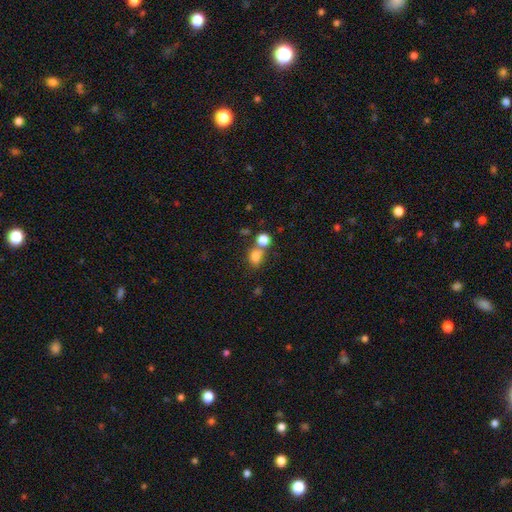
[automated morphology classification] Q: Smooth or featured?
A: smooth (79%); runner-up: star or artifact (13%)
Q: How rounded?
A: round (58%); runner-up: in between (41%)
Q: Merging?
A: none (51%); runner-up: merger (33%)